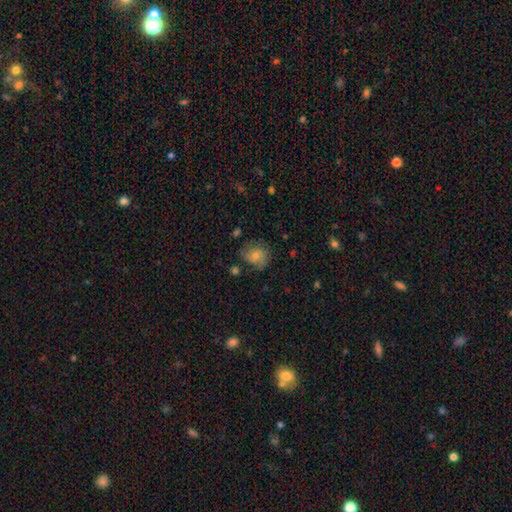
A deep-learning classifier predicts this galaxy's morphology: A smooth galaxy with no disk features (49%). Merging: none (67%).